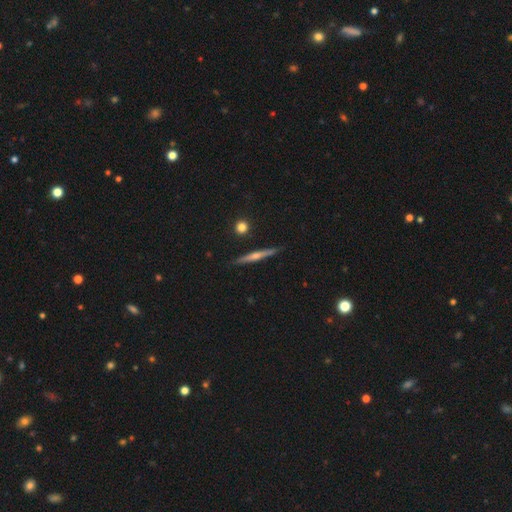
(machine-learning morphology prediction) featured or disk 70%, smooth 23%, star or artifact 6%. Down the decision tree: edge-on disk — yes (98%); edge-on bulge — rounded (76%); merging — none (90%).